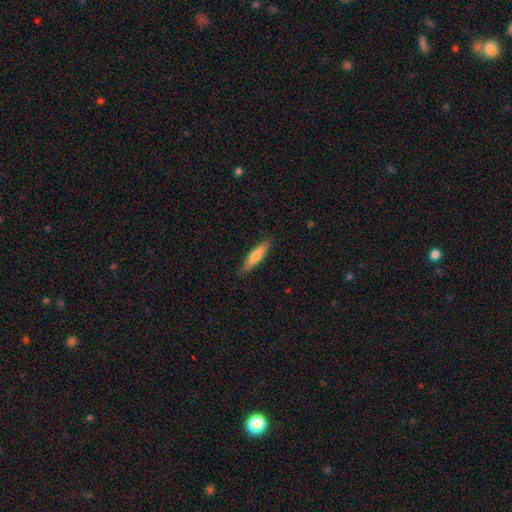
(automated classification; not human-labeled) Q: Smooth or featured?
A: smooth (70%); runner-up: featured or disk (24%)
Q: How rounded?
A: cigar-shaped (78%); runner-up: in between (21%)
Q: Merging?
A: none (86%); runner-up: minor disturbance (11%)